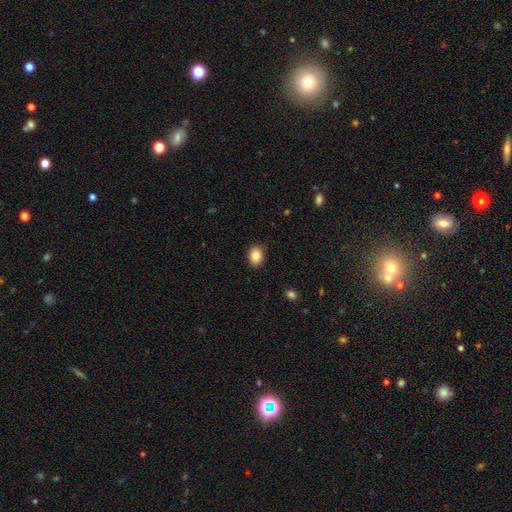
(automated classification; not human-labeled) smooth 85%, star or artifact 9%, featured or disk 6%. Down the decision tree: how rounded — in between (59%); merging — none (90%).